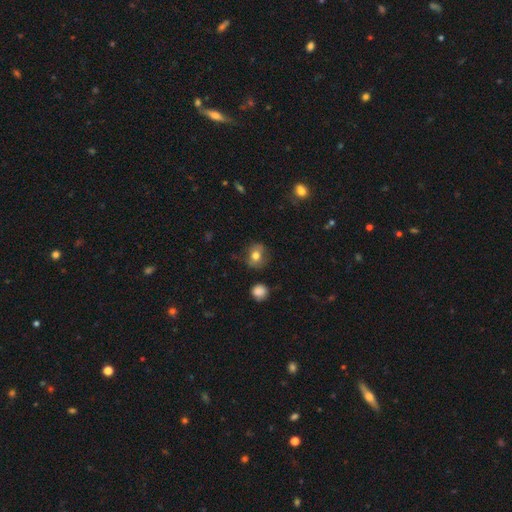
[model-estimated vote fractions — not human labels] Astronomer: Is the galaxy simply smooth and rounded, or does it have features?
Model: smooth — 71%.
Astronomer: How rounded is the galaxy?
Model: round — 69%.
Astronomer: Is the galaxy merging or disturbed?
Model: none — 72%.